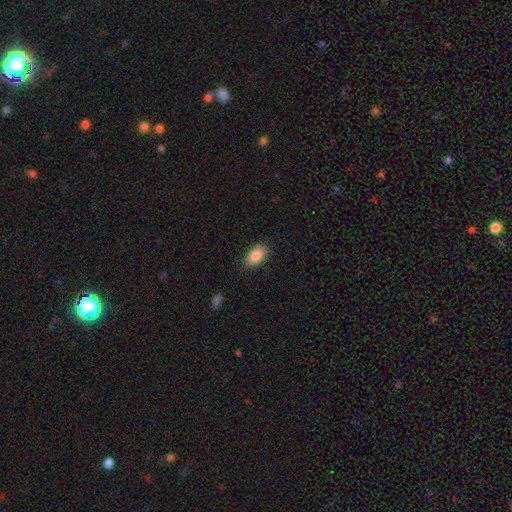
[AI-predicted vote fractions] smooth 88%, star or artifact 7%, featured or disk 5%. Down the decision tree: how rounded — in between (93%); merging — none (84%).